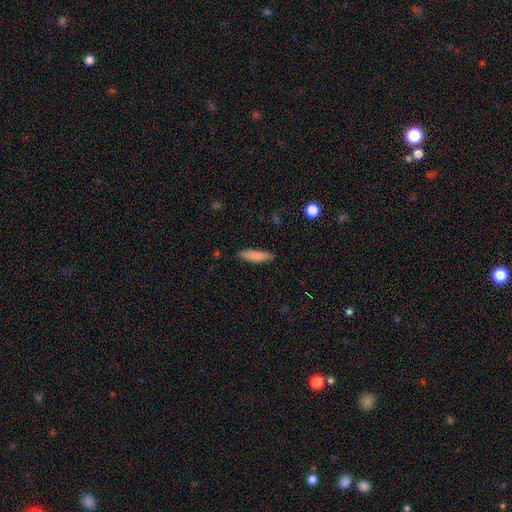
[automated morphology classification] A smooth galaxy with no disk features (82%) that is cigar-shaped (74%). Merging: none (85%).